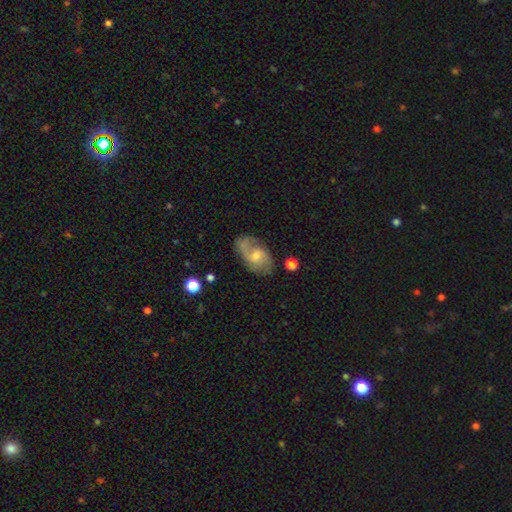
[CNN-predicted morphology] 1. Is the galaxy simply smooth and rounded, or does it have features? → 71% featured or disk, 22% smooth, 7% star or artifact.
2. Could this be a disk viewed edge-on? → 96% no, 4% yes.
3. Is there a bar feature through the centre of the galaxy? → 50% no, 43% weak, 7% strong.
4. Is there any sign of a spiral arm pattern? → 90% yes, 10% no.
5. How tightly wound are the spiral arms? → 47% medium, 33% loose, 20% tight.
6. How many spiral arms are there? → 75% 2, 13% can't tell, 6% 1, 4% 3, 1% 4, 1% more than 4.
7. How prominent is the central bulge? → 47% small, 45% moderate, 4% none, 3% large, 1% dominant.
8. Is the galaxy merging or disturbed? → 68% none, 21% minor disturbance, 9% major disturbance, 3% merger.